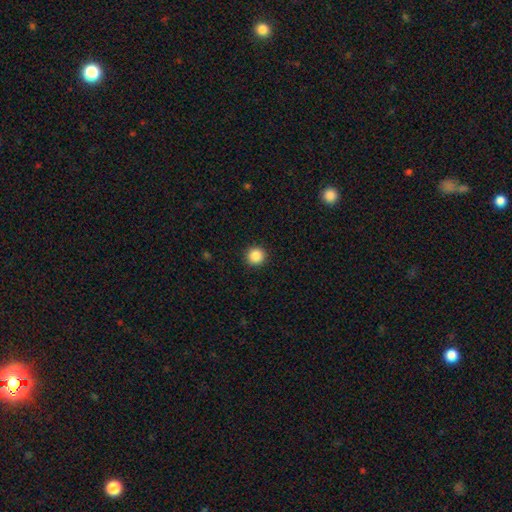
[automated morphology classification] smooth-or-featured: smooth: 87% | star or artifact: 10% | featured or disk: 3%
  how-rounded: round: 95% | in between: 4% | cigar-shaped: 1%
  merging: none: 93% | minor disturbance: 5% | major disturbance: 2% | merger: 1%